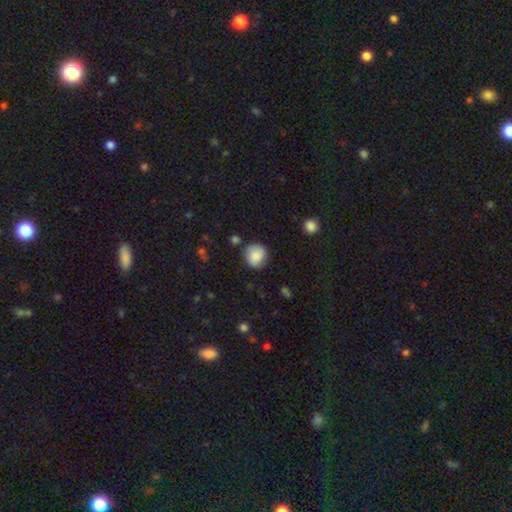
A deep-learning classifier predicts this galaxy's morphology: This is clearly a smooth galaxy (82%). How rounded: clearly round (86%). Merging: likely none (77%).